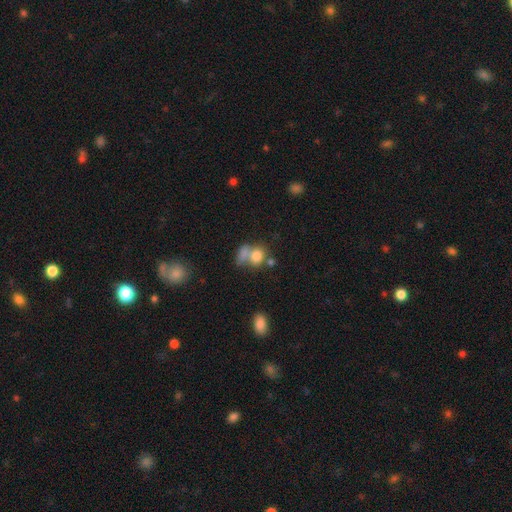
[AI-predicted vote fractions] Smooth or featured: smooth — 77% (featured or disk — 12%)
How rounded: round — 51% (in between — 47%)
Merging: merger — 49% (none — 31%)